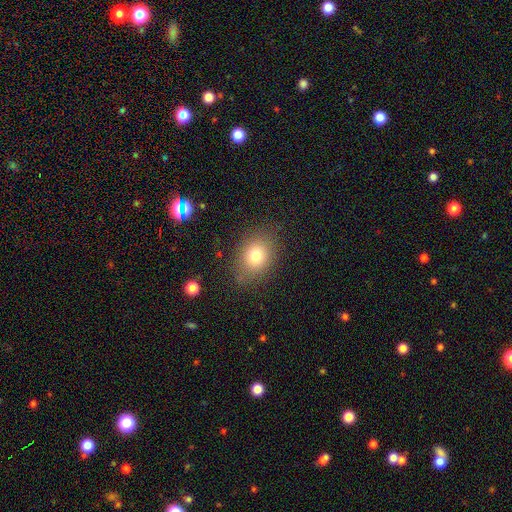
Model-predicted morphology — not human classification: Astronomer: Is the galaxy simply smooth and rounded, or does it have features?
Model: smooth — 77%.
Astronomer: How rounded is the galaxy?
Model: in between — 60% (runner-up: round, 39%).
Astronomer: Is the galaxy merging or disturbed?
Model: none — 81%.